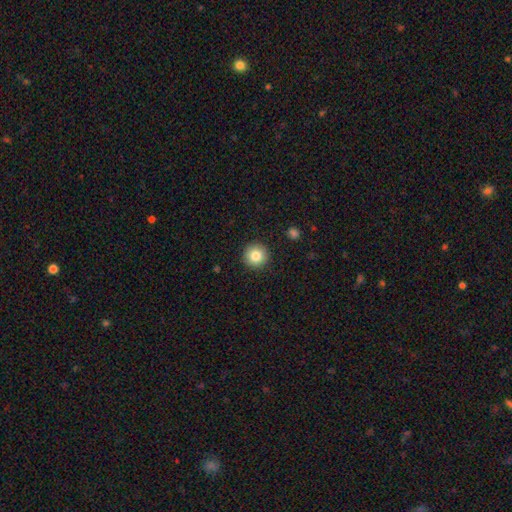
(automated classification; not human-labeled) smooth_or_featured: smooth (p=0.84) [alt: star or artifact p=0.09]
how_rounded: round (p=0.96) [alt: in between p=0.03]
merging: none (p=0.91) [alt: minor disturbance p=0.06]